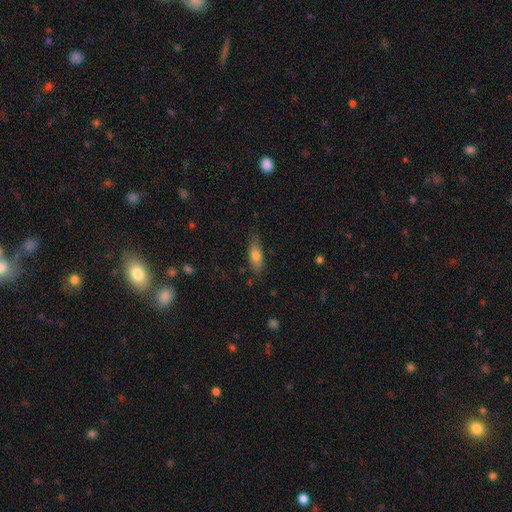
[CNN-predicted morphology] smooth 72%, featured or disk 21%, star or artifact 7%. Down the decision tree: how rounded — in between (66%); merging — none (76%).